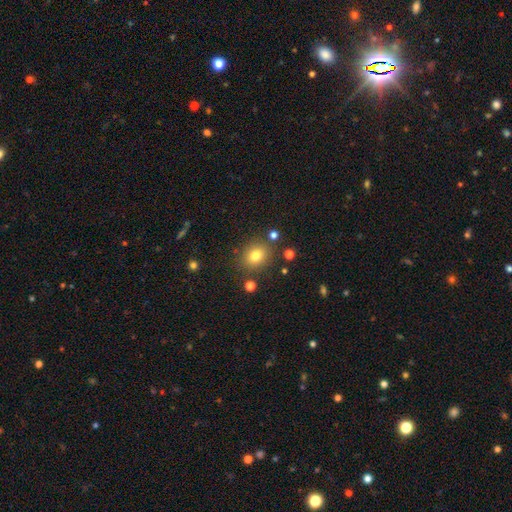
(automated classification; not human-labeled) Morphology: type=smooth (78%); roundness=round (61%); merging=none (82%).